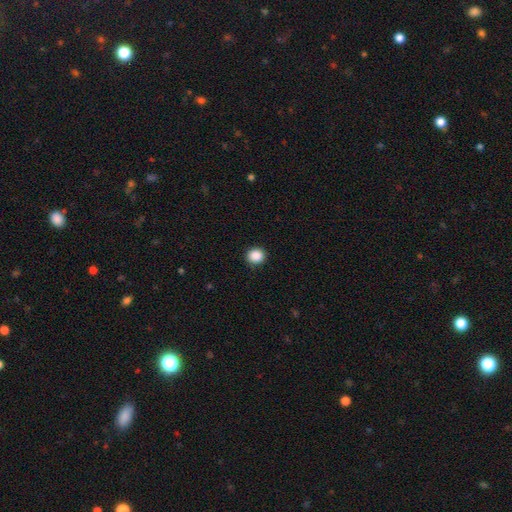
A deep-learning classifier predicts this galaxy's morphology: A smooth galaxy with no disk features (89%) that is round (86%).

Vote fractions:
- Smooth or featured? smooth: 89% / star or artifact: 9% / featured or disk: 2%
- How rounded? round: 86% / in between: 13% / cigar-shaped: 1%
- Merging? none: 91% / minor disturbance: 6% / major disturbance: 2% / merger: 1%